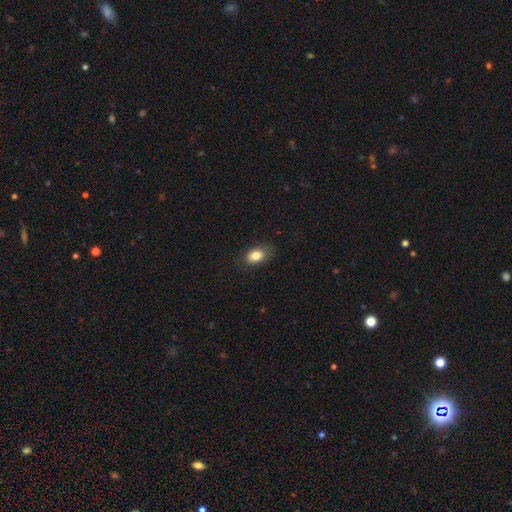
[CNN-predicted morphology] This is clearly a smooth galaxy (83%). How rounded: clearly in between (83%). Merging: clearly none (81%).